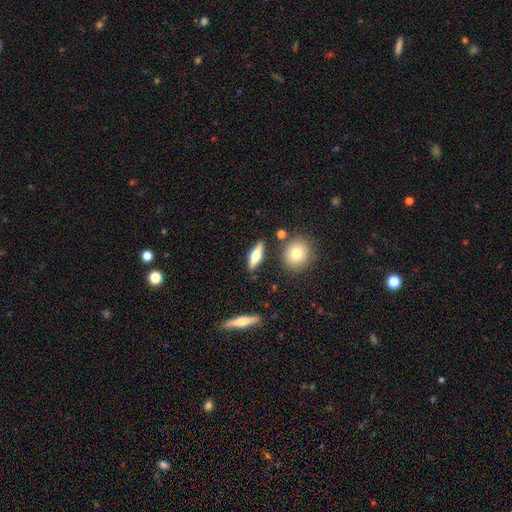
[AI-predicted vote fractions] featured or disk 54%, smooth 40%, star or artifact 6%. Down the decision tree: edge-on disk — yes (93%); edge-on bulge — rounded (93%); merging — none (85%).